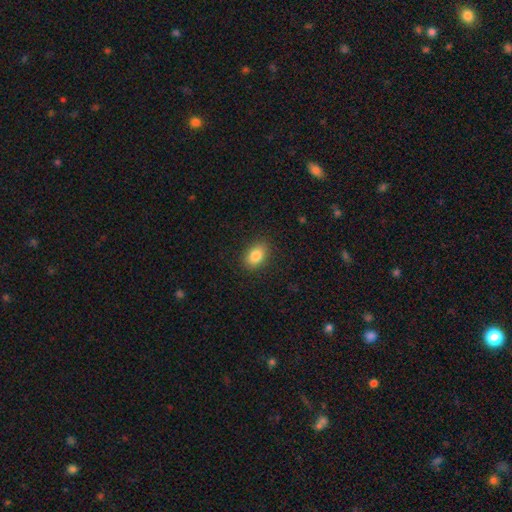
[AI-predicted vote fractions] Smooth or featured: smooth — 85% (star or artifact — 9%)
How rounded: in between — 84% (round — 14%)
Merging: none — 88% (minor disturbance — 8%)